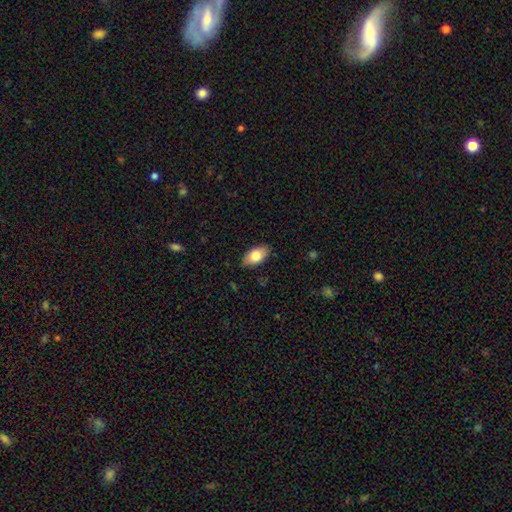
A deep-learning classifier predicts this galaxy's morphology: A smooth galaxy with no disk features (81%) that is in between round and cigar-shaped (92%). Merging: none (85%).